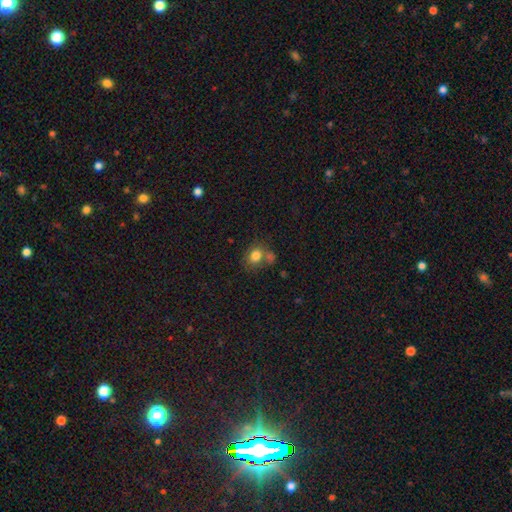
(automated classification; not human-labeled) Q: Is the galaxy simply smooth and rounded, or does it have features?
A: smooth — 80%.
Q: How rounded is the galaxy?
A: round — 55%.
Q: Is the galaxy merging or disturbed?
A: none — 51%.